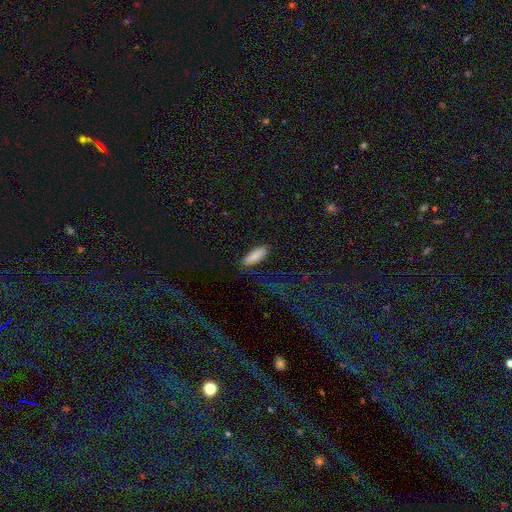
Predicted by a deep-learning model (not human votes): smooth-or-featured: smooth: 86% | star or artifact: 7% | featured or disk: 7%
  how-rounded: in between: 72% | cigar-shaped: 26% | round: 2%
  merging: none: 82% | minor disturbance: 13% | major disturbance: 3% | merger: 2%